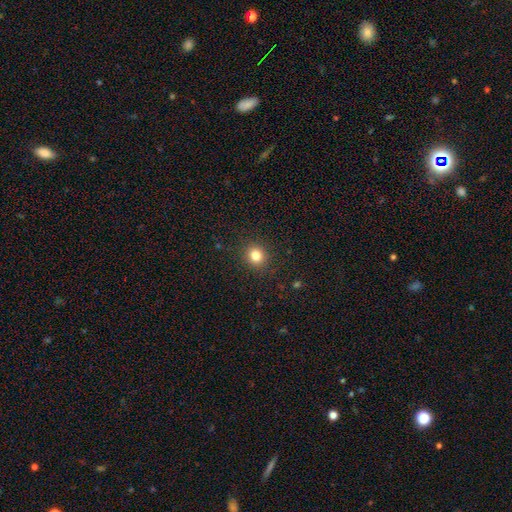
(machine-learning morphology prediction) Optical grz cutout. It shows a smooth galaxy with no disk features (82%) that is round (85%). Merging: none (90%).